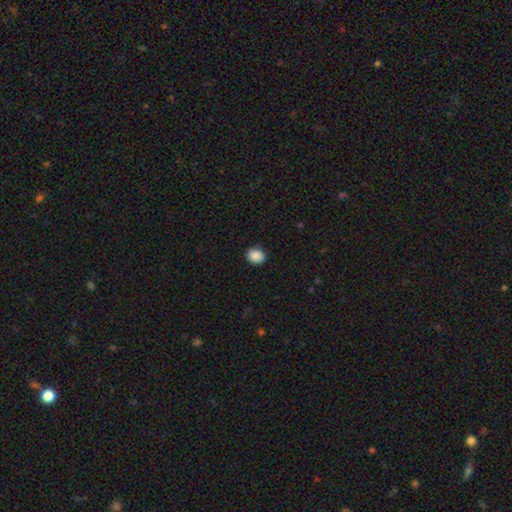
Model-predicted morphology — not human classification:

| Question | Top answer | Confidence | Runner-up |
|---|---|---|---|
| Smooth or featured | smooth | 89% | star or artifact (8%) |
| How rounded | round | 56% | in between (43%) |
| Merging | none | 86% | minor disturbance (11%) |